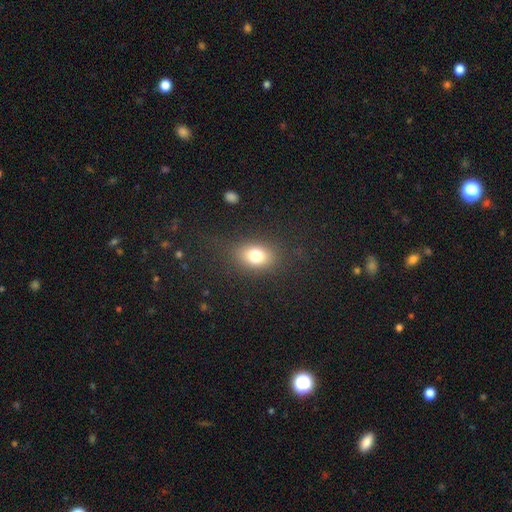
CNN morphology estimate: Overall: smooth (77%). How rounded: in between (69%). Merging: none (80%).